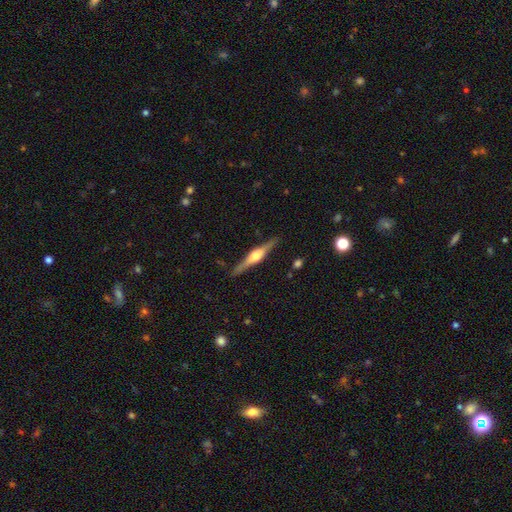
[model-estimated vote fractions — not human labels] Smooth or featured? featured or disk (79%)
Edge-on disk? yes (98%)
Edge-on bulge? rounded (89%)
Merging? none (89%)